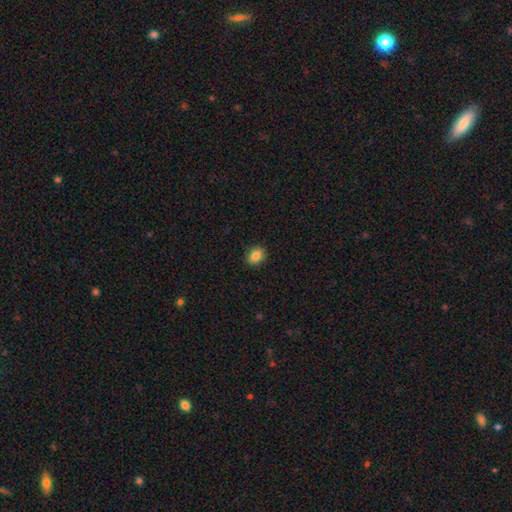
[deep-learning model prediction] smooth 84%, star or artifact 10%, featured or disk 6%. Down the decision tree: how rounded — round (52%); merging — none (89%).